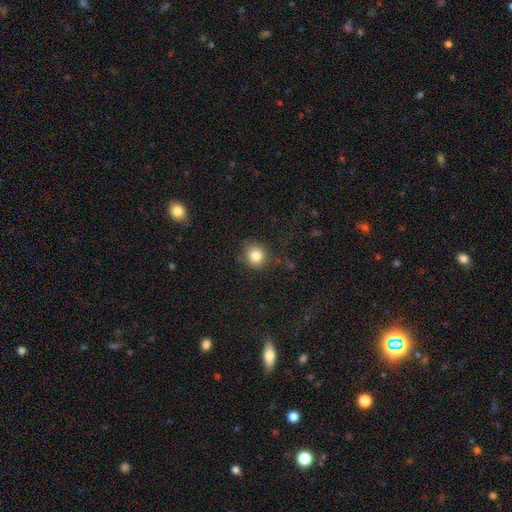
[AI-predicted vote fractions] Morphology: type=smooth (83%); roundness=round (89%); merging=none (78%).